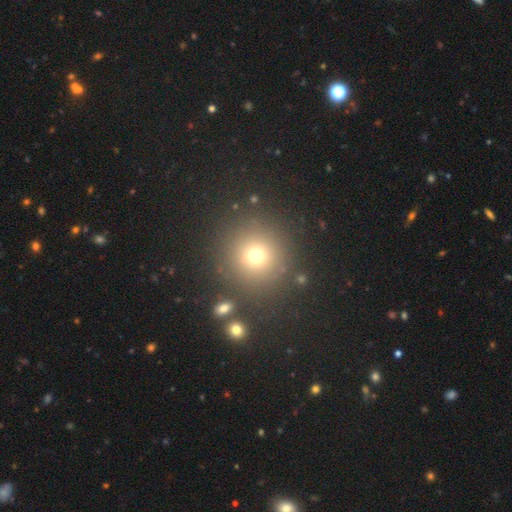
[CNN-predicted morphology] This appears to be a smooth galaxy with no disk features (71%) that is round (94%). Merging: none (85%).